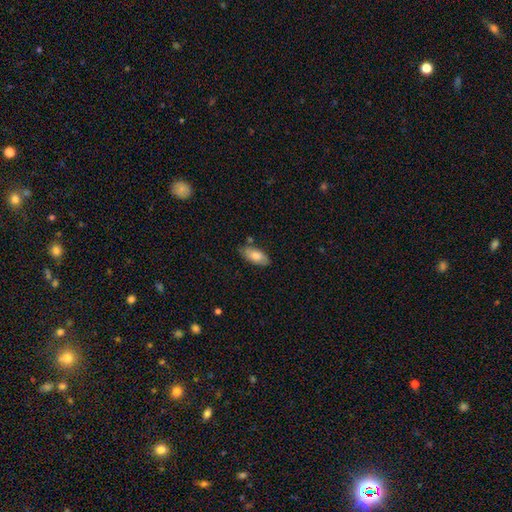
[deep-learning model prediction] Smooth or featured? Predicted: smooth (p=0.77). How rounded? Predicted: in between (p=0.91). Merging? Predicted: none (p=0.75).